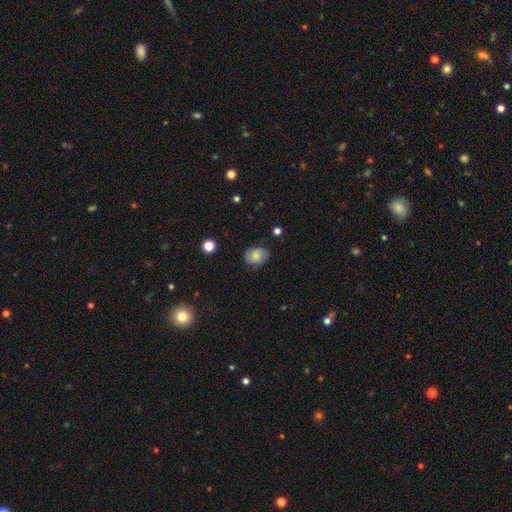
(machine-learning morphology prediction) Overall: smooth (71%). How rounded: in between (55%; round 44%). Merging: none (75%).